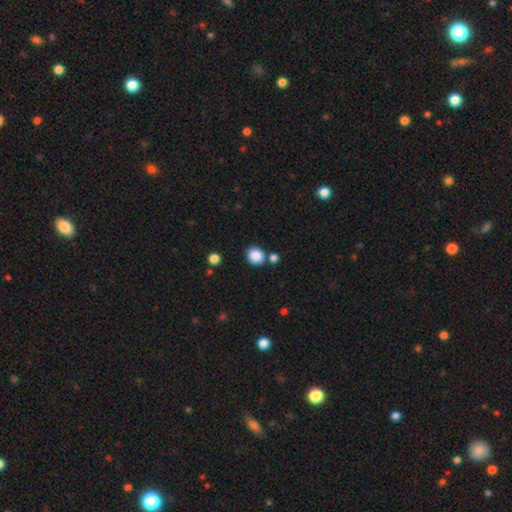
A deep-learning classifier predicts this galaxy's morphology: A smooth galaxy with no disk features (87%) that is round (76%). Merging: none (76%).